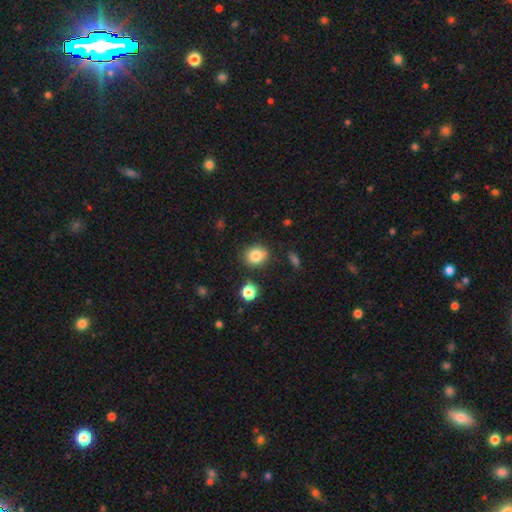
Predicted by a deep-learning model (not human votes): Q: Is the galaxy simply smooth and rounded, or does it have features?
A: smooth — 82%.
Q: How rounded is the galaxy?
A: round — 68%.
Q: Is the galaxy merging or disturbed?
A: none — 76%.